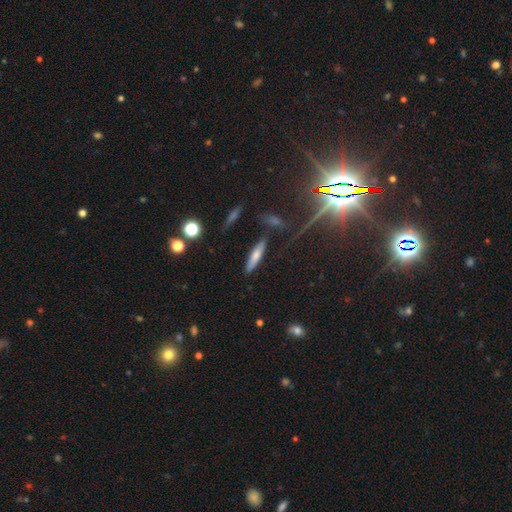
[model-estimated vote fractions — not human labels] Smooth or featured?
  - smooth: 69% *
  - featured or disk: 22%
  - star or artifact: 9%
How rounded?
  - cigar-shaped: 77% *
  - in between: 20%
  - round: 2%
Merging?
  - none: 83% *
  - minor disturbance: 11%
  - merger: 3%
  - major disturbance: 3%